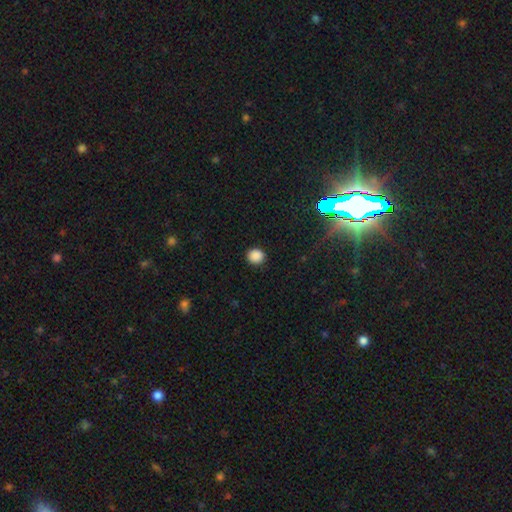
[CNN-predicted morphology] Overall: smooth (87%). How rounded: round (86%). Merging: none (91%).